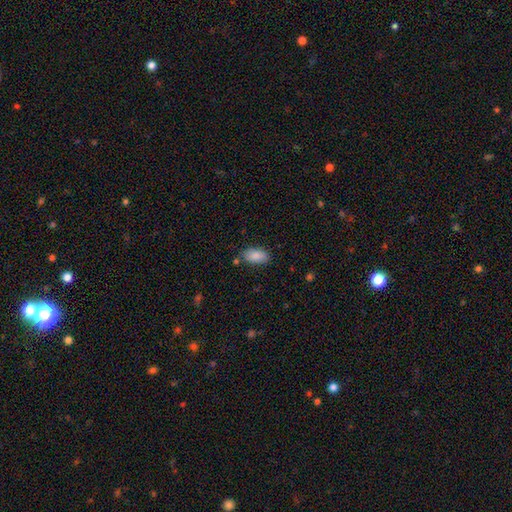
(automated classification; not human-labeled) Smooth or featured? smooth (87%)
How rounded? in between (93%)
Merging? none (78%)